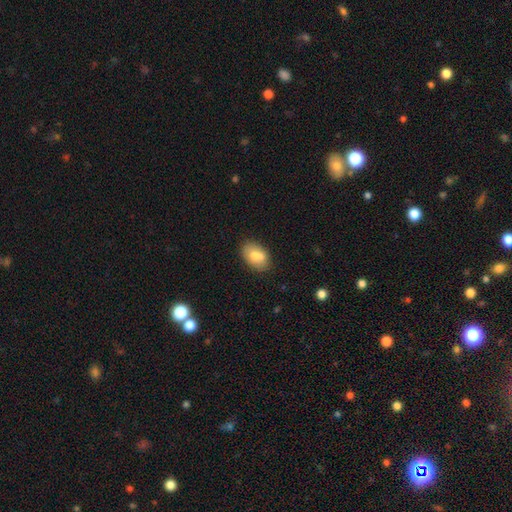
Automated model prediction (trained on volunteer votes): A smooth galaxy with no disk features (73%) that is in between round and cigar-shaped (86%). Merging: none (63%).